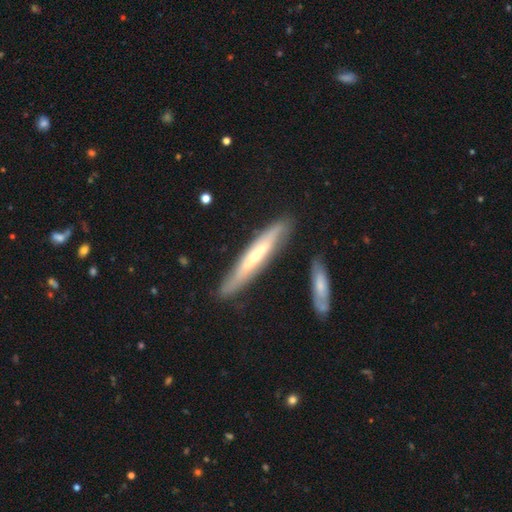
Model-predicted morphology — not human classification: featured or disk 63%, smooth 31%, star or artifact 5%. Down the decision tree: edge-on disk — yes (75%); merging — none (81%).